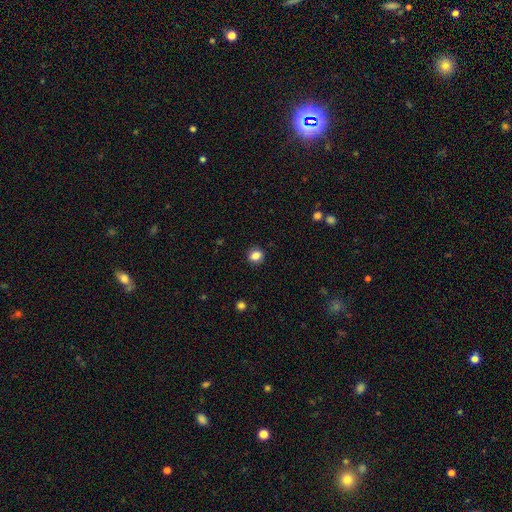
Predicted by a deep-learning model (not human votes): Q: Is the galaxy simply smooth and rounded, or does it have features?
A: smooth — 85%.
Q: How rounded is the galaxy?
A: round — 80%.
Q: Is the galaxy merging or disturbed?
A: none — 91%.